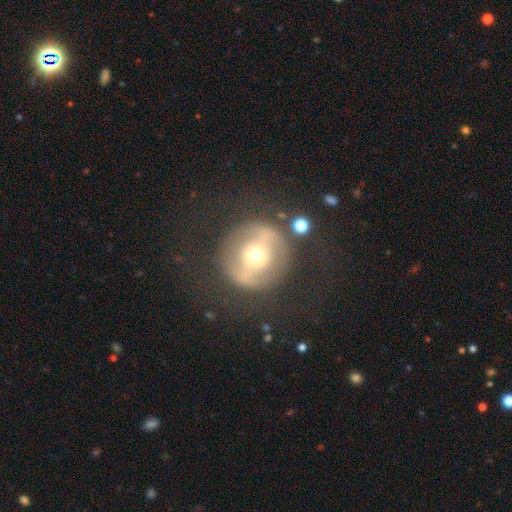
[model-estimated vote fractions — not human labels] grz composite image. It shows a featured or disk galaxy (57%) with a strong bar (42%), no spiral arms (77%) and a moderate central bulge (65%). Merging: none (77%).